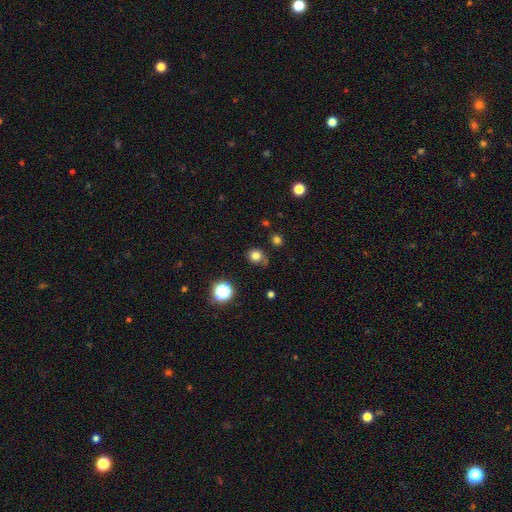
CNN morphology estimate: A smooth galaxy with no disk features (78%) that is round (77%). Merging: none (71%).